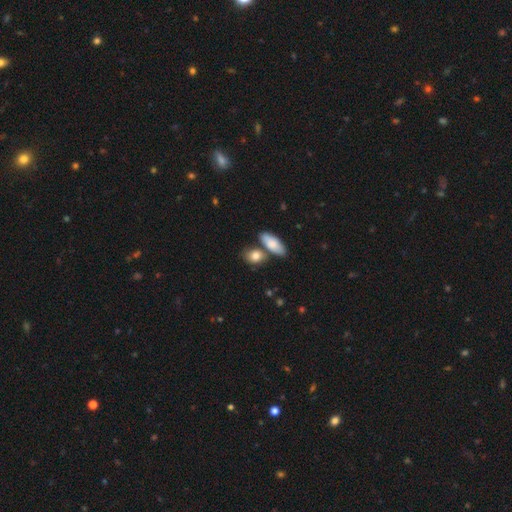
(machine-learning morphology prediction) A smooth galaxy with no disk features (83%) that is in between round and cigar-shaped (65%).

Vote fractions:
- Smooth or featured? smooth: 83% / featured or disk: 11% / star or artifact: 7%
- How rounded? in between: 65% / round: 29% / cigar-shaped: 5%
- Merging? none: 60% / merger: 22% / minor disturbance: 13% / major disturbance: 4%